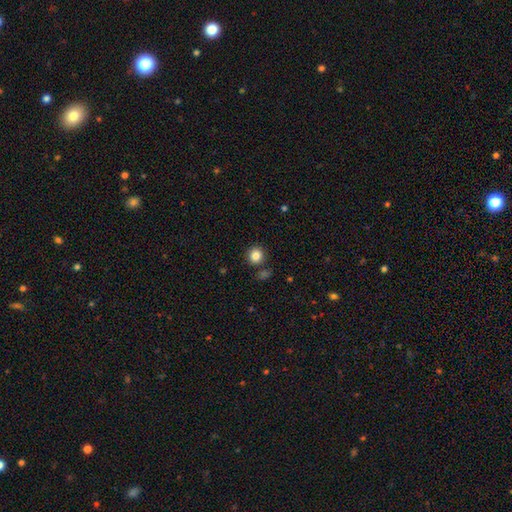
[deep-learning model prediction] This appears to be a smooth galaxy with no disk features (84%) that is round (90%). Merging: none (85%).